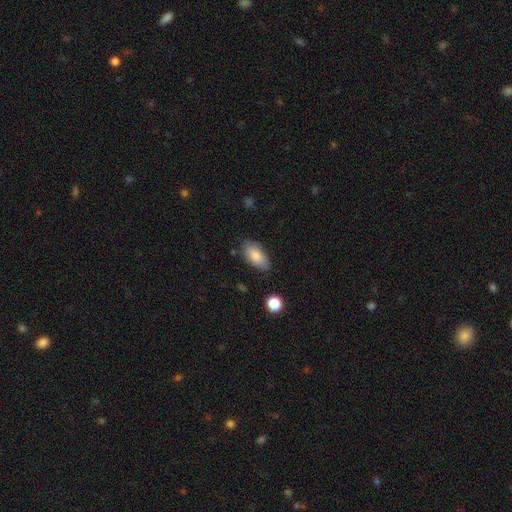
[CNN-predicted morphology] smooth_or_featured: smooth (p=0.83) [alt: featured or disk p=0.10]
how_rounded: in between (p=0.91) [alt: cigar-shaped p=0.06]
merging: none (p=0.78) [alt: minor disturbance p=0.16]